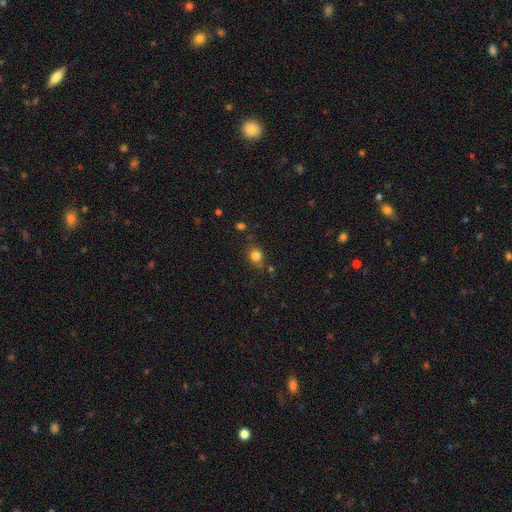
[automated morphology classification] smooth_or_featured: smooth (p=0.82) [alt: star or artifact p=0.13]
how_rounded: round (p=0.76) [alt: in between p=0.23]
merging: none (p=0.76) [alt: minor disturbance p=0.13]